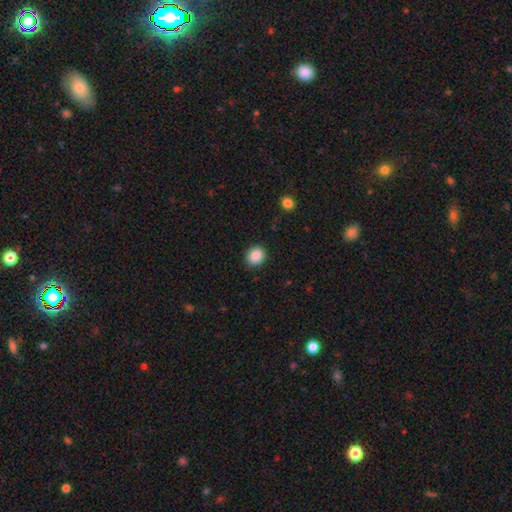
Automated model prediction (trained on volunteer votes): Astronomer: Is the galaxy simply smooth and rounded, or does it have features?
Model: smooth — 88%.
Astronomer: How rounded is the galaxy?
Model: round — 73%.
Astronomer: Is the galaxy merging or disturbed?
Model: none — 90%.